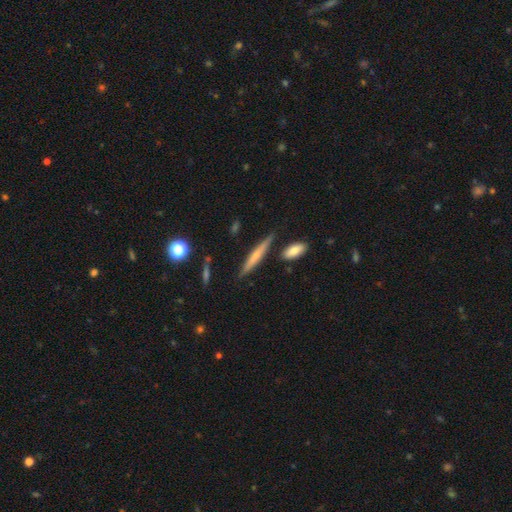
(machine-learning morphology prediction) The model was most divided on "smooth or featured": smooth: 51%, featured or disk: 42%, star or artifact: 7%. More confident: how rounded — cigar-shaped (91%); merging — none (83%).